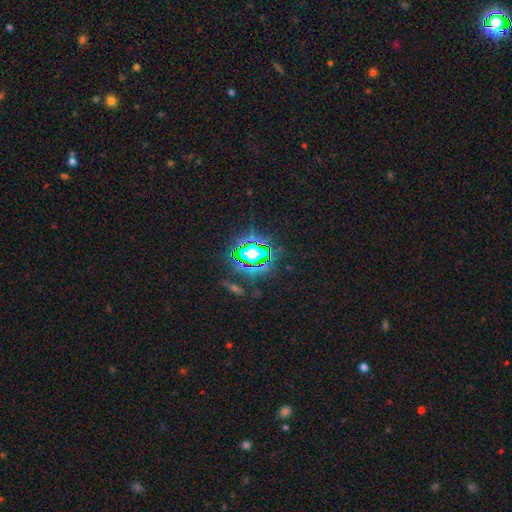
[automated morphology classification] smooth-or-featured: star or artifact: 78% | smooth: 14% | featured or disk: 9%